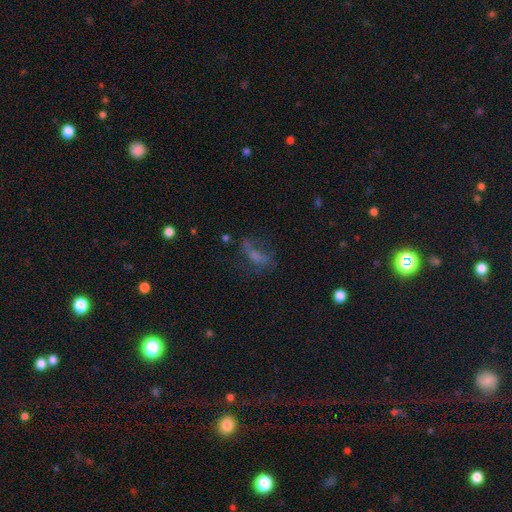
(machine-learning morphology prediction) Smooth or featured?
  - smooth: 45% *
  - featured or disk: 35%
  - star or artifact: 20%
Merging?
  - none: 37% * (tied)
  - major disturbance: 37% * (tied)
  - minor disturbance: 21%
  - merger: 6%